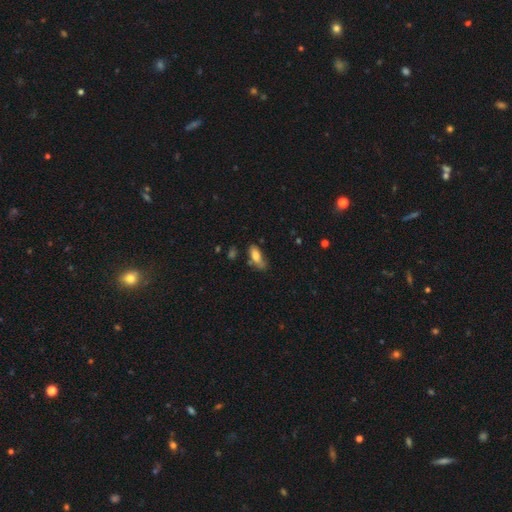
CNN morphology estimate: smooth 74%, featured or disk 19%, star or artifact 8%. Down the decision tree: how rounded — in between (76%); merging — none (50%).